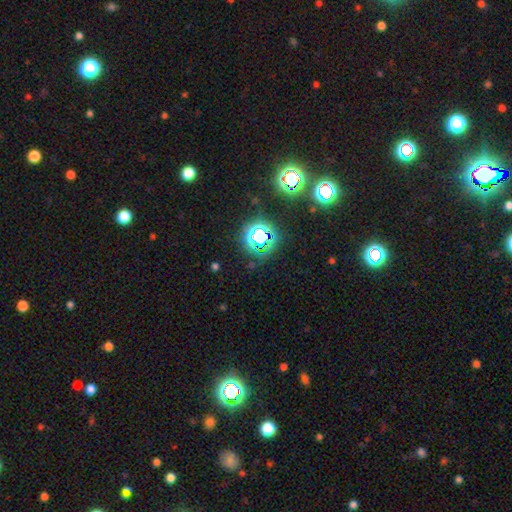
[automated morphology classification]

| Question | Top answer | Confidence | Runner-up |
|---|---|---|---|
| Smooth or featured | star or artifact | 75% | smooth (17%) |